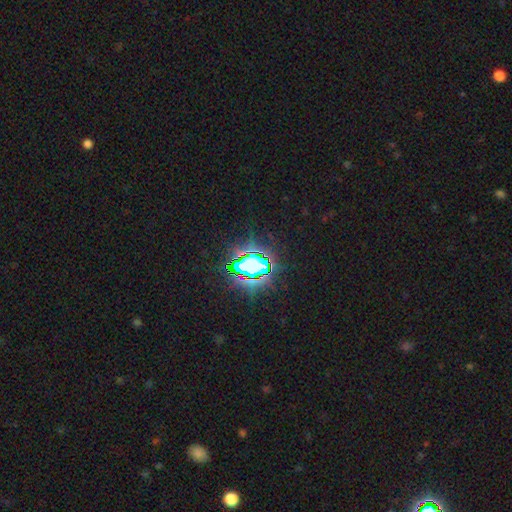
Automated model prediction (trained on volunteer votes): smooth_or_featured: star or artifact (p=0.81) [alt: smooth p=0.12]